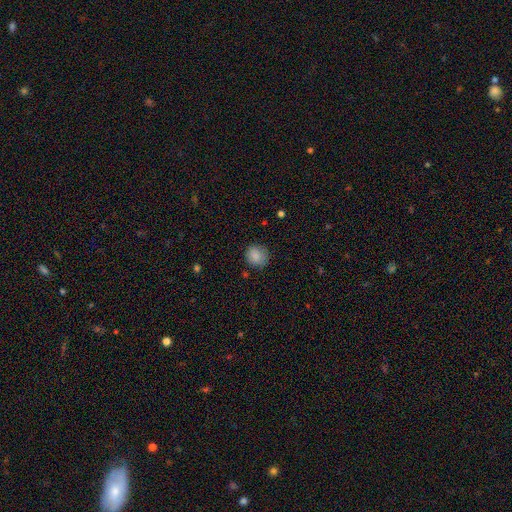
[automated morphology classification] A smooth galaxy with no disk features (87%) that is round (82%).

Vote fractions:
- Smooth or featured? smooth: 87% / star or artifact: 9% / featured or disk: 5%
- How rounded? round: 82% / in between: 17% / cigar-shaped: 1%
- Merging? none: 82% / minor disturbance: 13% / major disturbance: 3% / merger: 1%